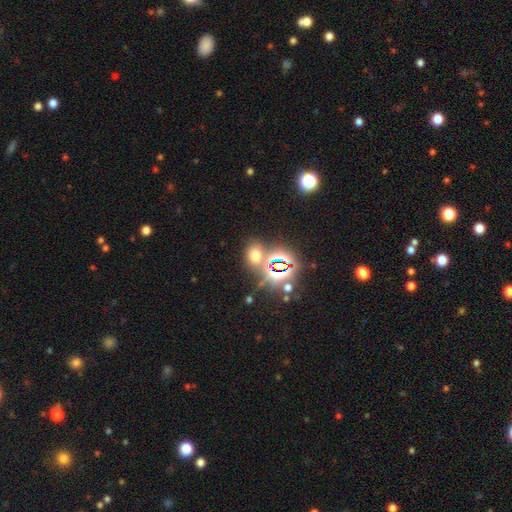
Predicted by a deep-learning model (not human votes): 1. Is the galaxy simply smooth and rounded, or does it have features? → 53% smooth, 39% star or artifact, 9% featured or disk.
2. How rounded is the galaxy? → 50% in between, 48% round, 2% cigar-shaped.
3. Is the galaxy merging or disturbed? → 67% none, 18% merger, 10% minor disturbance, 5% major disturbance.